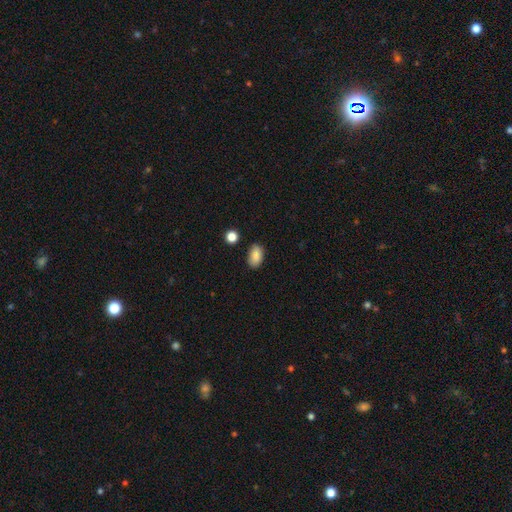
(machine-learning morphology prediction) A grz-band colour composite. It shows a smooth galaxy with no disk features (87%) that is in between round and cigar-shaped (91%). Merging: none (82%).